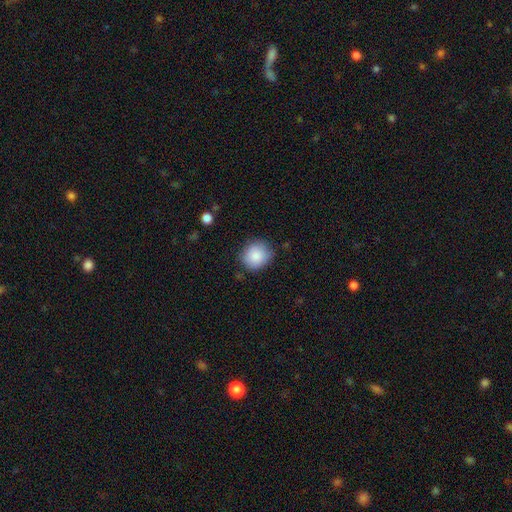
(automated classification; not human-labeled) Smooth or featured? smooth (87%)
How rounded? round (80%)
Merging? none (80%)